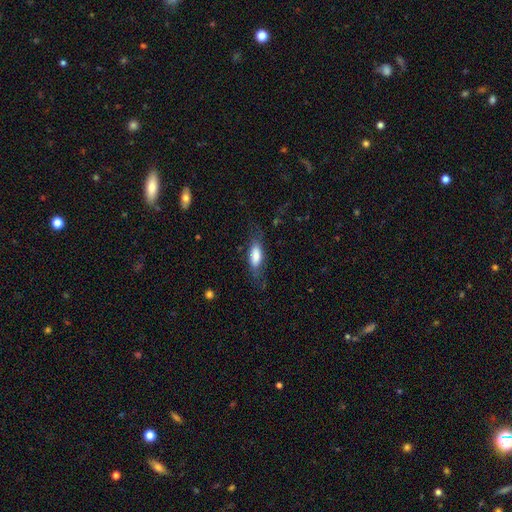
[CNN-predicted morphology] Overall: smooth (73%). How rounded: in between (72%). Merging: none (63%).